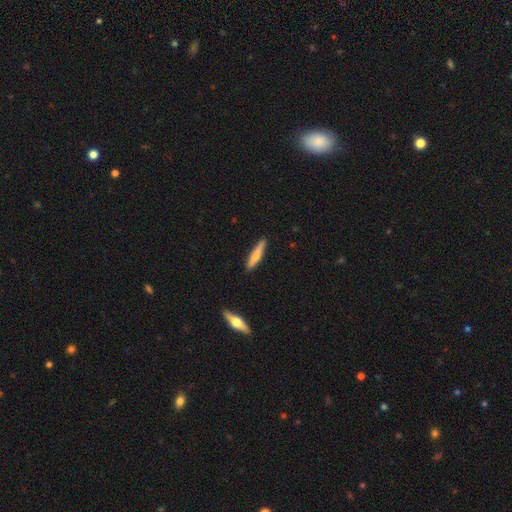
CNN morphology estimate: Q: Smooth or featured?
A: smooth (59%); runner-up: featured or disk (35%)
Q: How rounded?
A: cigar-shaped (89%); runner-up: in between (9%)
Q: Merging?
A: none (88%); runner-up: minor disturbance (9%)